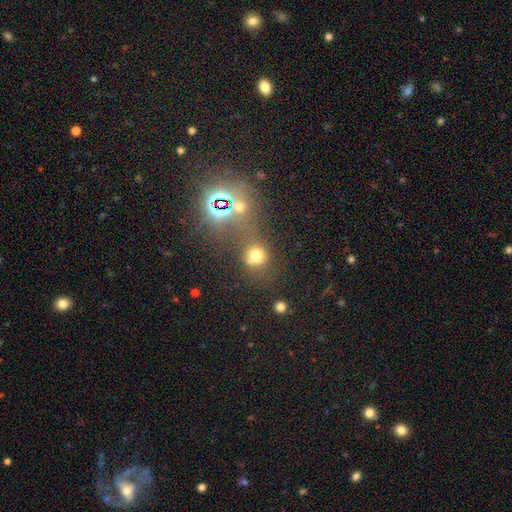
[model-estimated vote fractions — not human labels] A smooth galaxy with no disk features (67%) that is round (81%). Merging: none (53%).